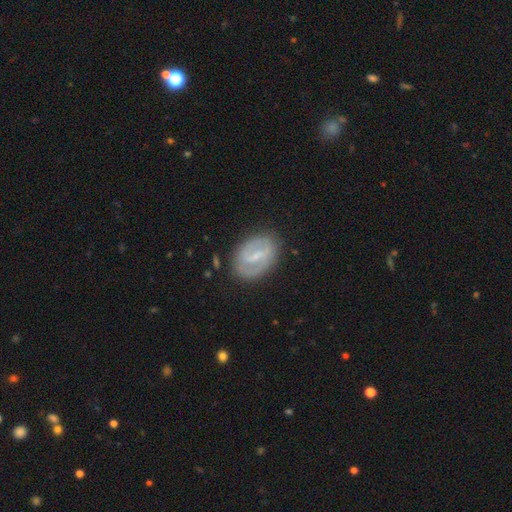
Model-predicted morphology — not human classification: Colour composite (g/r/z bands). It shows a featured or disk galaxy (72%) with a weak bar (47%), 2 (75%) medium (42%) spiral arms (74%) and a small central bulge (62%). Merging: none (77%).